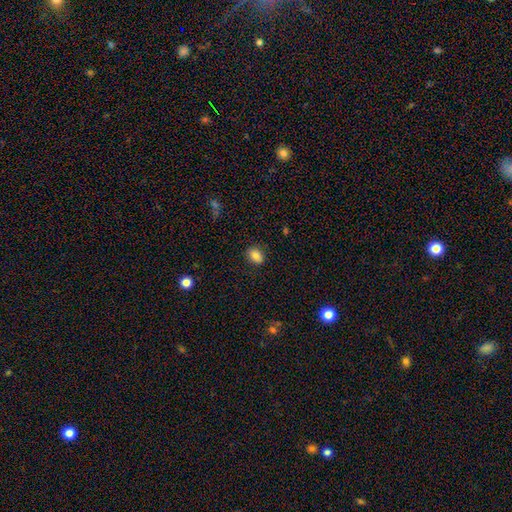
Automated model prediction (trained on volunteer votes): A smooth galaxy with no disk features (84%) that is in between round and cigar-shaped (67%). Merging: none (86%).